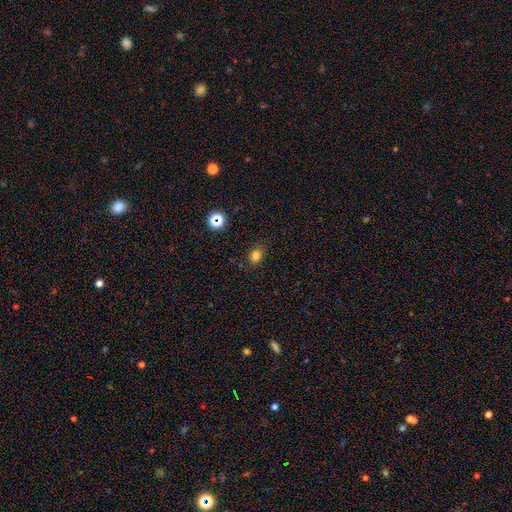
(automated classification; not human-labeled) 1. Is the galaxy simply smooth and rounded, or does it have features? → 79% smooth, 16% star or artifact, 5% featured or disk.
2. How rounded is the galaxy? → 54% in between, 45% round, 1% cigar-shaped.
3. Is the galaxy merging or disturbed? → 82% none, 13% minor disturbance, 3% major disturbance, 2% merger.